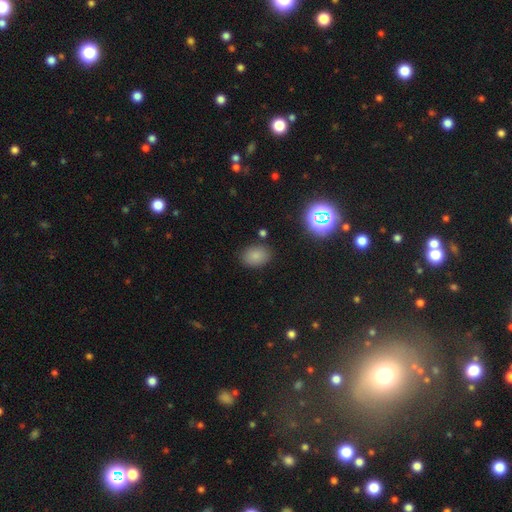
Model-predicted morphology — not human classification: Overall: smooth (80%). How rounded: in between (74%). Merging: none (84%).